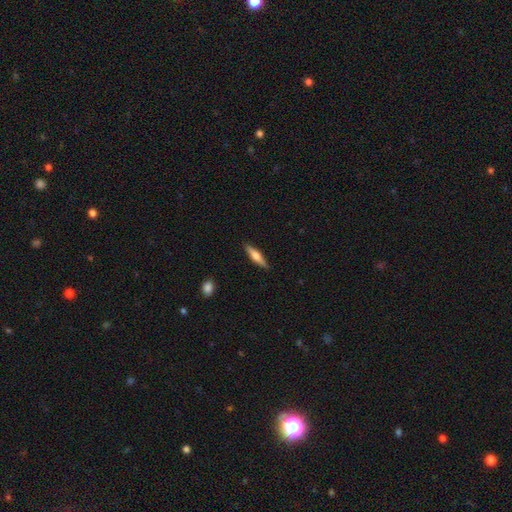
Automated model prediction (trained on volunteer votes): A smooth galaxy with no disk features (51%) that is cigar-shaped (79%). Merging: none (89%).